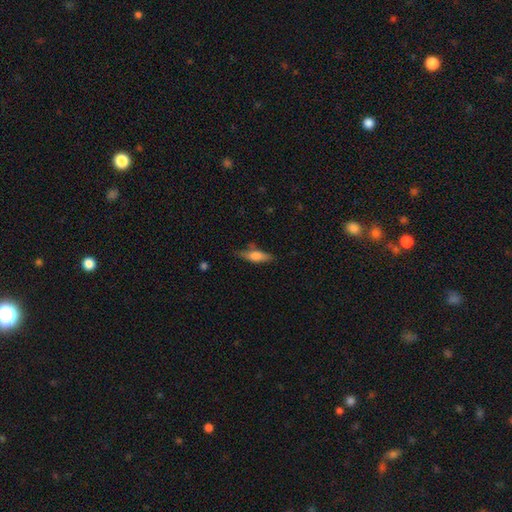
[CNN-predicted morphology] This appears to be a smooth galaxy with no disk features (63%) that is cigar-shaped (54%). Merging: none (68%).